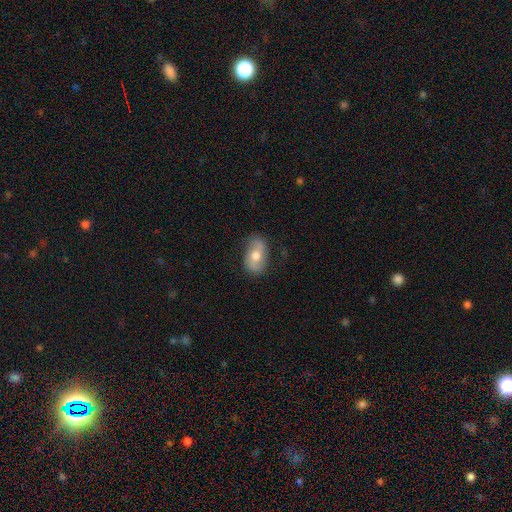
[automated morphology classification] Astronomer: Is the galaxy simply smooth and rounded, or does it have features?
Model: smooth — 50% (runner-up: featured or disk, 43%).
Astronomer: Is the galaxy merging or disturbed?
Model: none — 75%.